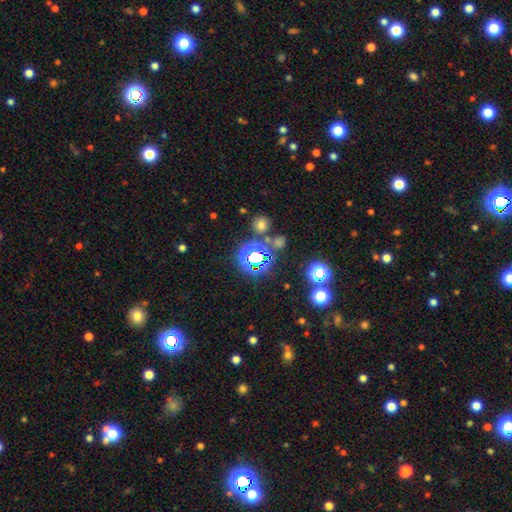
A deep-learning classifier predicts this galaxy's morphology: A star or artifact, not a galaxy (65%).